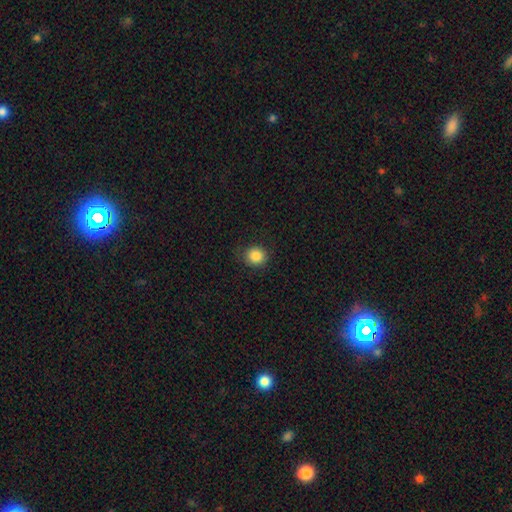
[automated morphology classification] Q: Smooth or featured?
A: smooth (86%); runner-up: star or artifact (10%)
Q: How rounded?
A: round (84%); runner-up: in between (15%)
Q: Merging?
A: none (86%); runner-up: minor disturbance (10%)